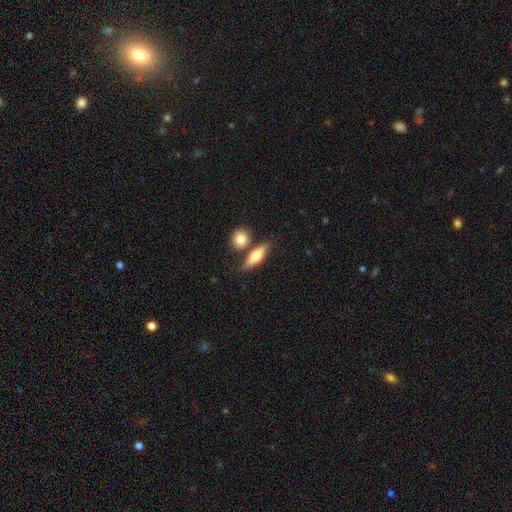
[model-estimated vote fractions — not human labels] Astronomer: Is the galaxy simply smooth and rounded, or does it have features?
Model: smooth — 68%.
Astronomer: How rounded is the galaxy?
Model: in between — 57% (runner-up: cigar-shaped, 36%).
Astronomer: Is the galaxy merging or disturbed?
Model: none — 64%.